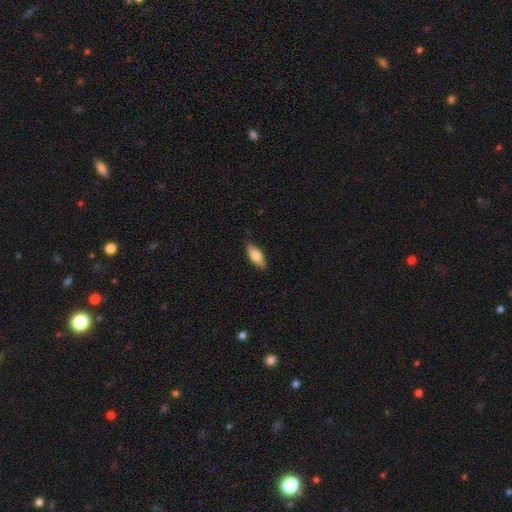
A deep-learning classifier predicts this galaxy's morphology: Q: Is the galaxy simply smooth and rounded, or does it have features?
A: smooth — 72%.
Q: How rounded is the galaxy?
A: in between — 69%.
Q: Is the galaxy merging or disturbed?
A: none — 87%.